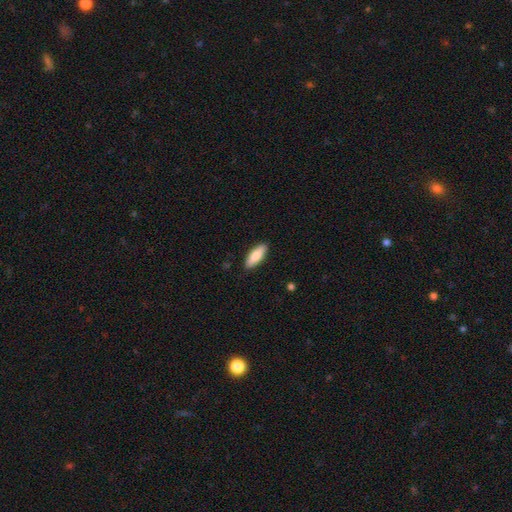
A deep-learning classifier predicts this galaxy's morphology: smooth-or-featured: smooth: 81% | featured or disk: 14% | star or artifact: 5%
  how-rounded: in between: 66% | cigar-shaped: 32% | round: 2%
  merging: none: 89% | minor disturbance: 8% | major disturbance: 2% | merger: 1%